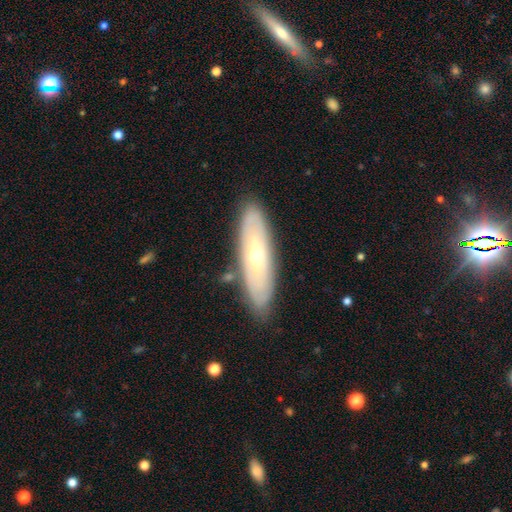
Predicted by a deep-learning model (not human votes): Q: Smooth or featured?
A: featured or disk (59%); runner-up: smooth (35%)
Q: Edge-on disk?
A: no (67%); runner-up: yes (33%)
Q: Merging?
A: none (83%); runner-up: minor disturbance (12%)